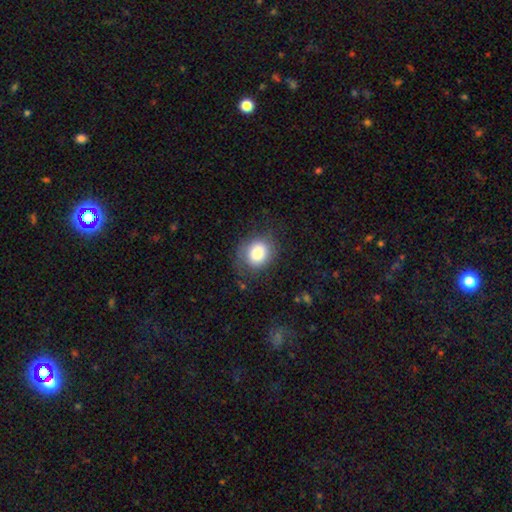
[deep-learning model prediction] A smooth galaxy with no disk features (79%) that is round (61%). Merging: none (67%).